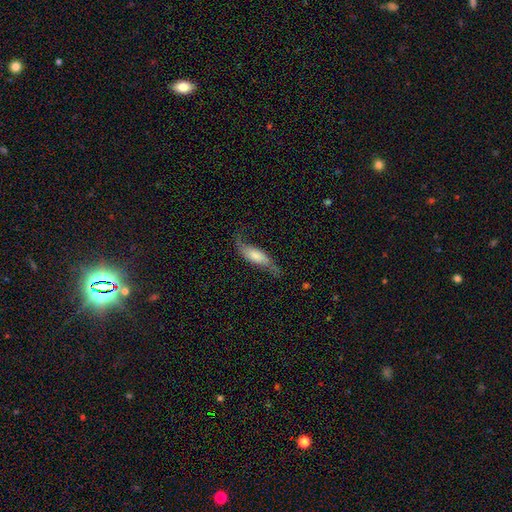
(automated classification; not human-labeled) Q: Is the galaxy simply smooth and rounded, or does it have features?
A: featured or disk — 58%.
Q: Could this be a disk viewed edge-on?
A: no — 78%.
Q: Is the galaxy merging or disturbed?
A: none — 59%.